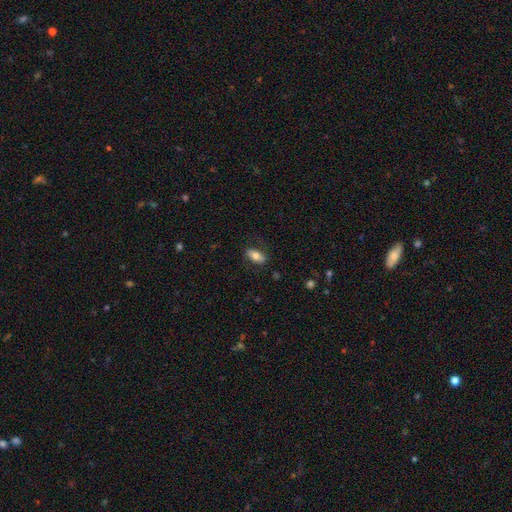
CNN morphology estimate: Smooth or featured?
  - smooth: 72% *
  - featured or disk: 21%
  - star or artifact: 7%
How rounded?
  - in between: 89% *
  - cigar-shaped: 7%
  - round: 4%
Merging?
  - none: 76% *
  - minor disturbance: 16%
  - major disturbance: 6%
  - merger: 1%